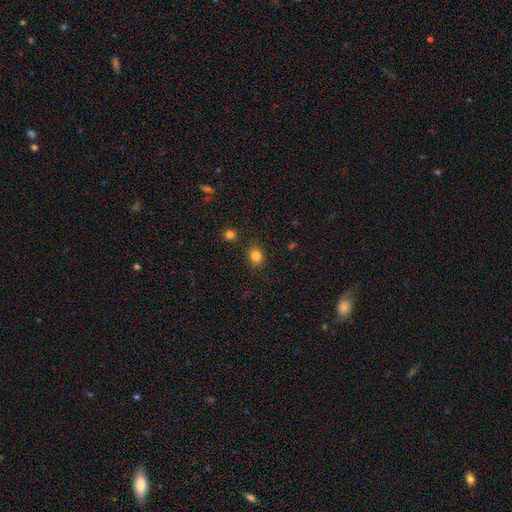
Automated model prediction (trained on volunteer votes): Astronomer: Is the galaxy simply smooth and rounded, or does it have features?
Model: smooth — 83%.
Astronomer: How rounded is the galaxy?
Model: round — 54% (runner-up: in between, 45%).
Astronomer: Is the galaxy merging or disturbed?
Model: none — 85%.